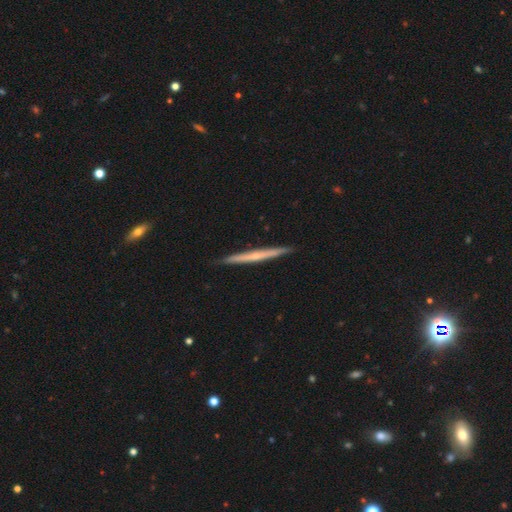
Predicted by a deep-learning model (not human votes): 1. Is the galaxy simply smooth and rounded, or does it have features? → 62% featured or disk, 32% smooth, 6% star or artifact.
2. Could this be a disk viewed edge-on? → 97% yes, 3% no.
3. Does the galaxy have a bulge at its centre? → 56% none, 40% rounded, 4% boxy.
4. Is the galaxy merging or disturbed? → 90% none, 7% minor disturbance, 1% major disturbance, 1% merger.